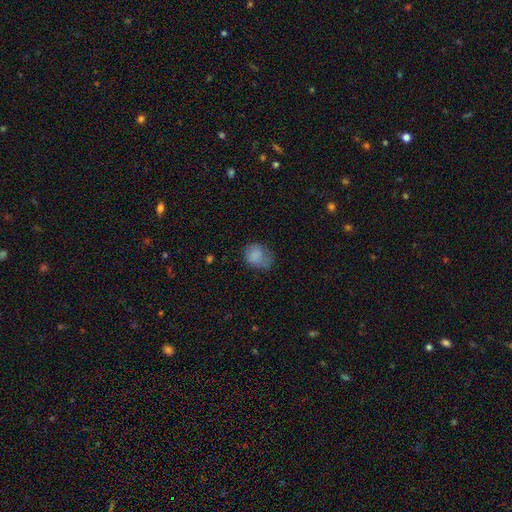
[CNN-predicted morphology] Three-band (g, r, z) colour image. It shows a smooth galaxy with no disk features (78%) that is round (51%). Merging: none (43%).